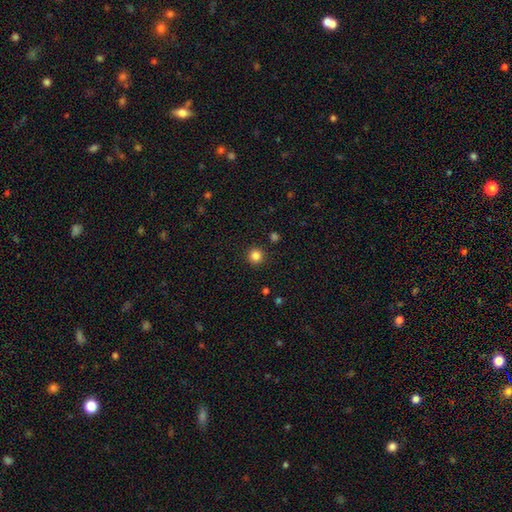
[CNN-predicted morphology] Smooth or featured: smooth — 84% (star or artifact — 12%)
How rounded: round — 95% (in between — 4%)
Merging: none — 92% (minor disturbance — 5%)